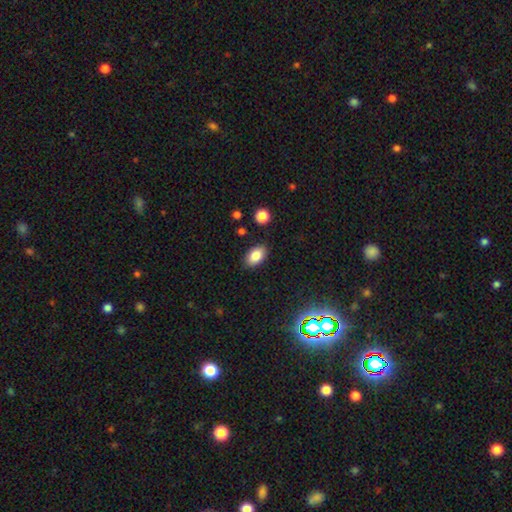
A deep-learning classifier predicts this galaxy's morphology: A smooth galaxy with no disk features (83%) that is in between round and cigar-shaped (90%).

Vote fractions:
- Smooth or featured? smooth: 83% / star or artifact: 9% / featured or disk: 8%
- How rounded? in between: 90% / round: 8% / cigar-shaped: 2%
- Merging? none: 86% / minor disturbance: 10% / major disturbance: 2% / merger: 2%